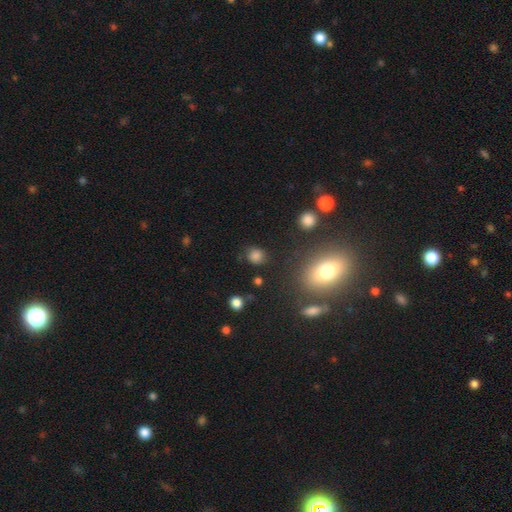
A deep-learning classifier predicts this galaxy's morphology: The model was most divided on "how rounded": round: 80%, in between: 19%, cigar-shaped: 1%. More confident: merging — none (80%); smooth or featured — smooth (79%).